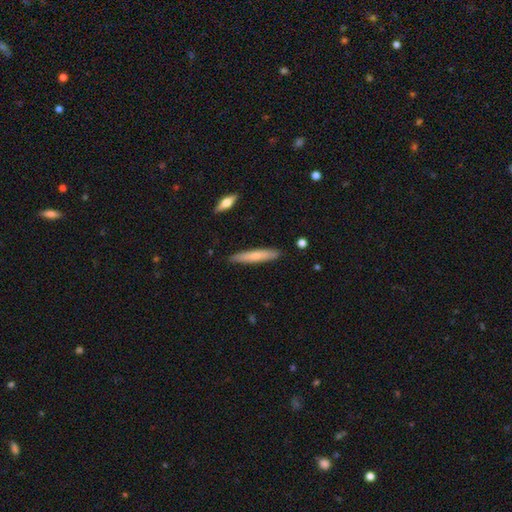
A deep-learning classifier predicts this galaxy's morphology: Overall: smooth (65%; featured or disk 29%). How rounded: cigar-shaped (92%). Merging: none (89%).